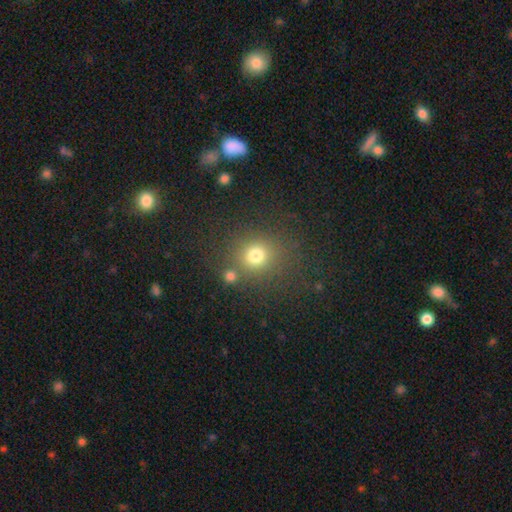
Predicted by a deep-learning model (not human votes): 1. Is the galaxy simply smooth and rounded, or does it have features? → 74% smooth, 18% star or artifact, 8% featured or disk.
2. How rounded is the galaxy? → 82% round, 16% in between, 1% cigar-shaped.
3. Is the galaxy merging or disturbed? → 73% none, 11% merger, 10% minor disturbance, 6% major disturbance.